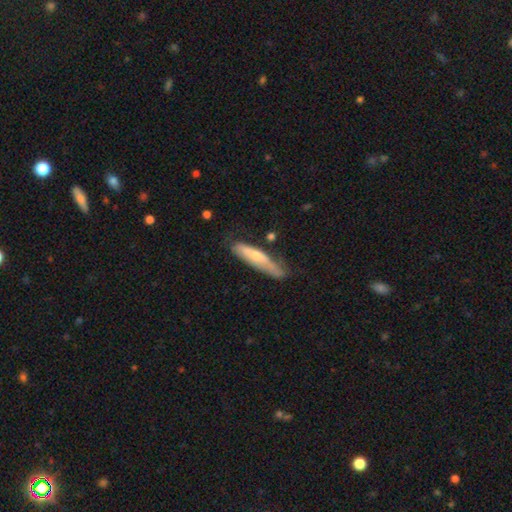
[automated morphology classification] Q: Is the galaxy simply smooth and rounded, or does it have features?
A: smooth — 57%.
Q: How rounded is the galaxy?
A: cigar-shaped — 78%.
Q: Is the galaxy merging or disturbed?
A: none — 51%.